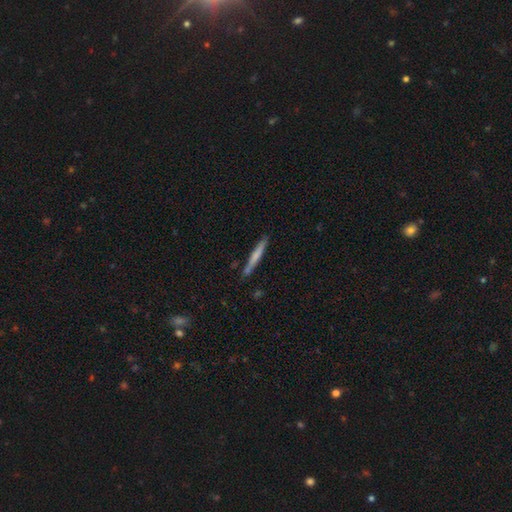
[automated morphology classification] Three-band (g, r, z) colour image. It shows a smooth galaxy with no disk features (63%) that is cigar-shaped (96%). Merging: none (82%).